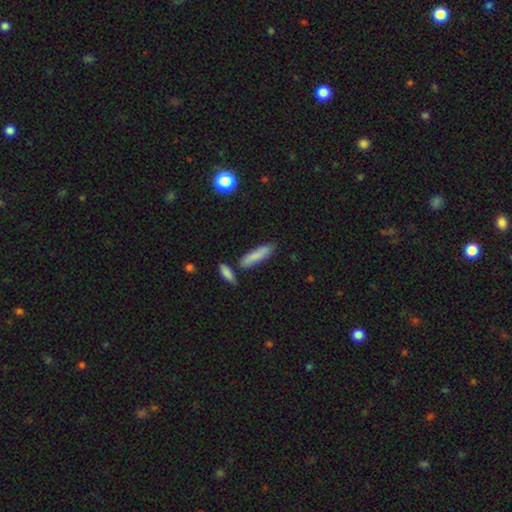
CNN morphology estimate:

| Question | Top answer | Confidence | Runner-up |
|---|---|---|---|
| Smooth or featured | smooth | 82% | featured or disk (11%) |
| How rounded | cigar-shaped | 72% | in between (26%) |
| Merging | none | 73% | minor disturbance (14%) |